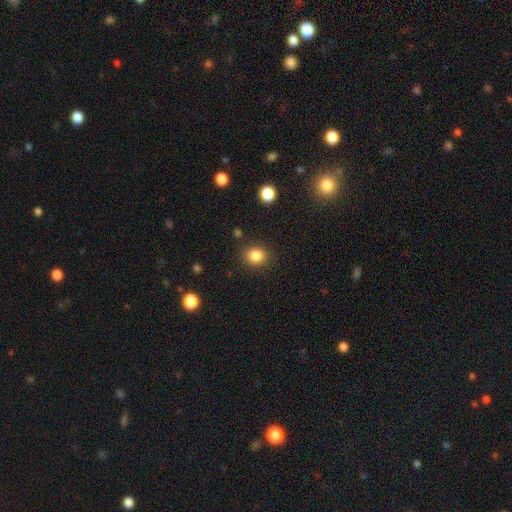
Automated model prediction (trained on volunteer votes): This is clearly a smooth galaxy (85%). How rounded: likely round (70%). Merging: clearly none (85%).